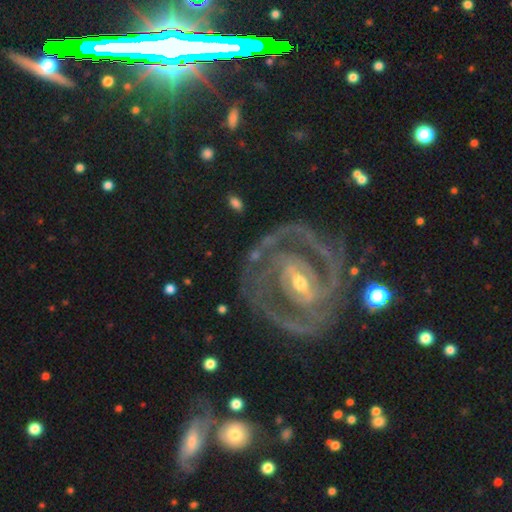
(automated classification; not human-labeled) Smooth or featured? Predicted: featured or disk (p=0.89). Edge-on disk? Predicted: no (p=0.97). Bar? Predicted: strong (p=0.53). Spiral arms? Predicted: yes (p=0.95). Spiral winding? Predicted: tight (p=0.63). Spiral arm count? Predicted: 2 (p=0.54). Bulge size? Predicted: moderate (p=0.50). Merging? Predicted: none (p=0.71).